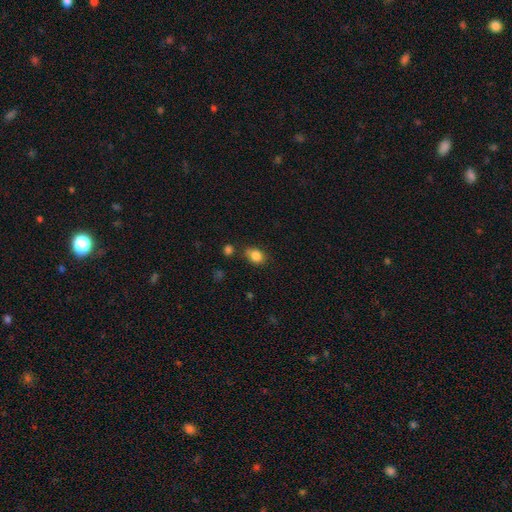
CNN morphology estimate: Overall: smooth (84%). How rounded: in between (56%; round 43%). Merging: none (65%).